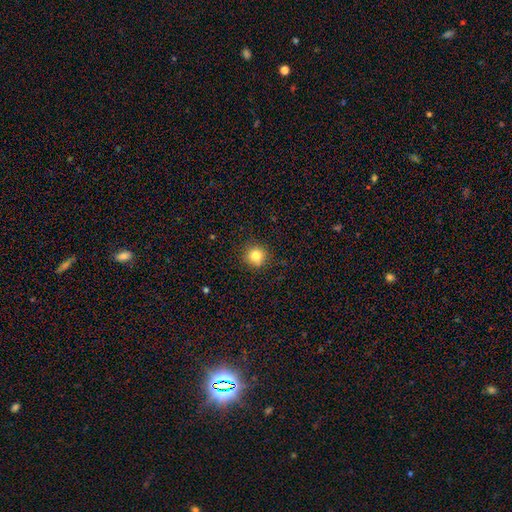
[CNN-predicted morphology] type=smooth (82%); roundness=round (92%); merging=none (89%).